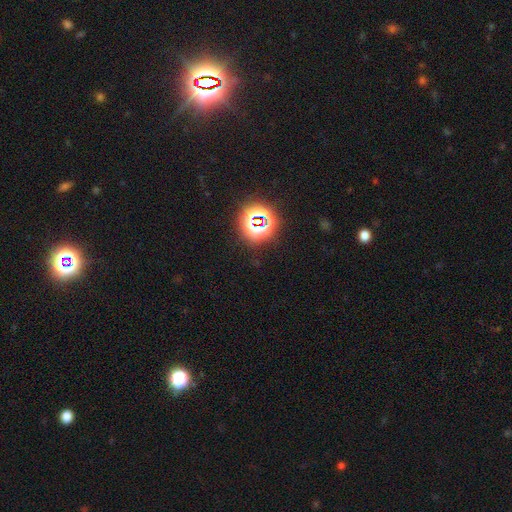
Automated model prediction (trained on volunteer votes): A star or artifact, not a galaxy (76%).